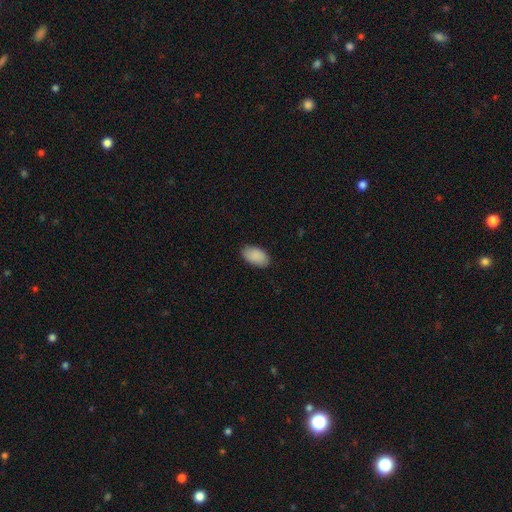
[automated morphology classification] smooth-or-featured: smooth: 90% | star or artifact: 6% | featured or disk: 4%
  how-rounded: in between: 95% | round: 4% | cigar-shaped: 2%
  merging: none: 86% | minor disturbance: 11% | major disturbance: 2% | merger: 1%